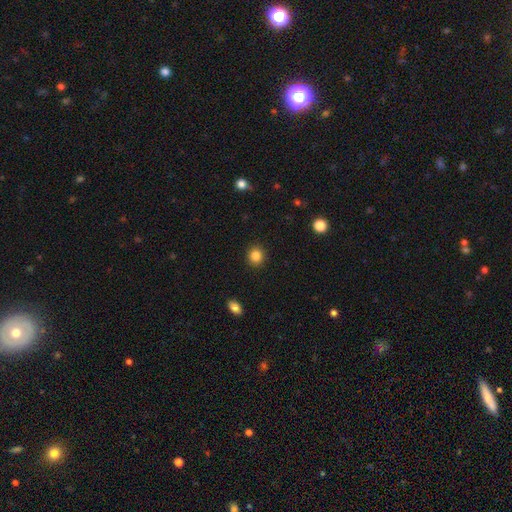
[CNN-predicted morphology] Smooth or featured? smooth (86%)
How rounded? round (84%)
Merging? none (91%)